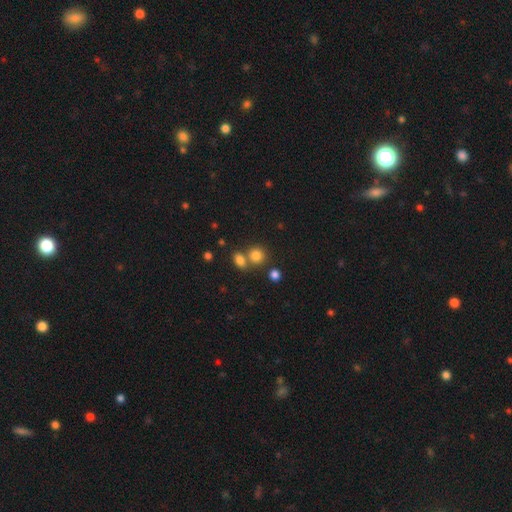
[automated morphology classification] smooth_or_featured: smooth (p=0.80) [alt: star or artifact p=0.13]
how_rounded: round (p=0.73) [alt: in between p=0.26]
merging: none (p=0.55) [alt: merger p=0.33]